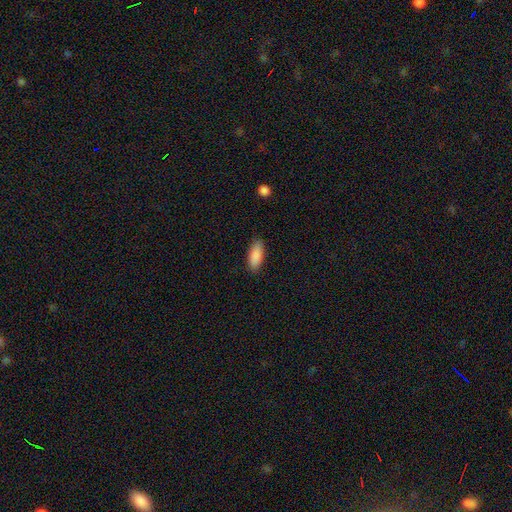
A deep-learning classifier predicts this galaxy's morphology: smooth_or_featured: smooth (p=0.89) [alt: star or artifact p=0.06]
how_rounded: in between (p=0.78) [alt: cigar-shaped p=0.21]
merging: none (p=0.87) [alt: minor disturbance p=0.10]